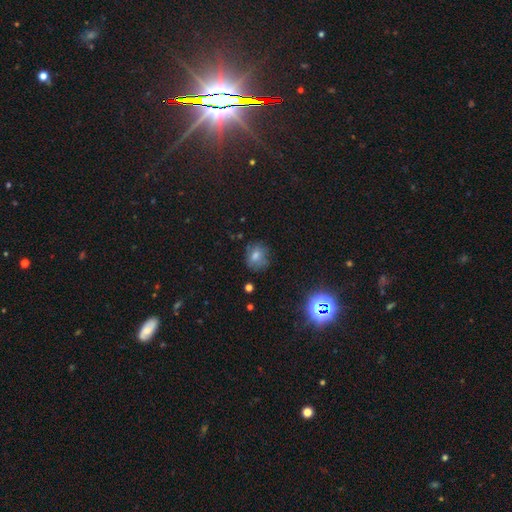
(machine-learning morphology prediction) Smooth or featured: smooth — 61% (star or artifact — 24%)
How rounded: round — 68% (in between — 30%)
Merging: none — 73% (minor disturbance — 19%)